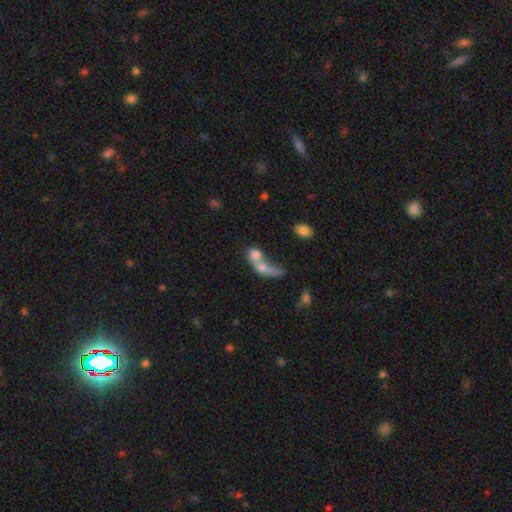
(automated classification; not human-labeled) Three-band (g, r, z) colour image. It shows a smooth galaxy with no disk features (65%) that is in between round and cigar-shaped (49%). Merging: merger (71%).